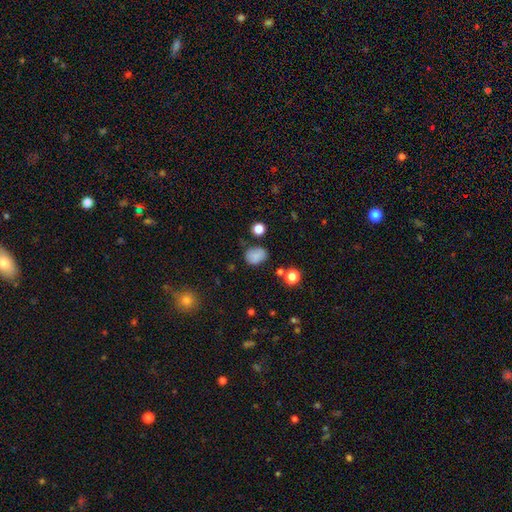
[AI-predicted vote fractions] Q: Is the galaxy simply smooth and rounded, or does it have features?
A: smooth — 81%.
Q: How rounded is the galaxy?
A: in between — 59%.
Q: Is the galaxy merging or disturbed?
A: none — 68%.